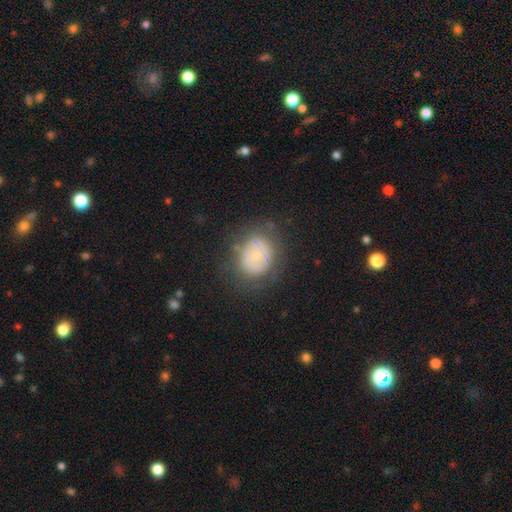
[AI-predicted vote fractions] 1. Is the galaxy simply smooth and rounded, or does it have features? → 57% smooth, 35% featured or disk, 9% star or artifact.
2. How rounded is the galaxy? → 56% round, 43% in between, 1% cigar-shaped.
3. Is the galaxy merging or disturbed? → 68% none, 19% minor disturbance, 10% major disturbance, 2% merger.